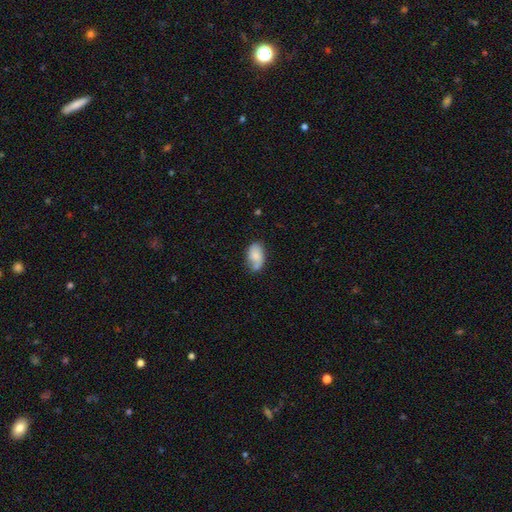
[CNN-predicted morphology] This appears to be a smooth galaxy with no disk features (65%) that is in between round and cigar-shaped (90%). Merging: none (55%).